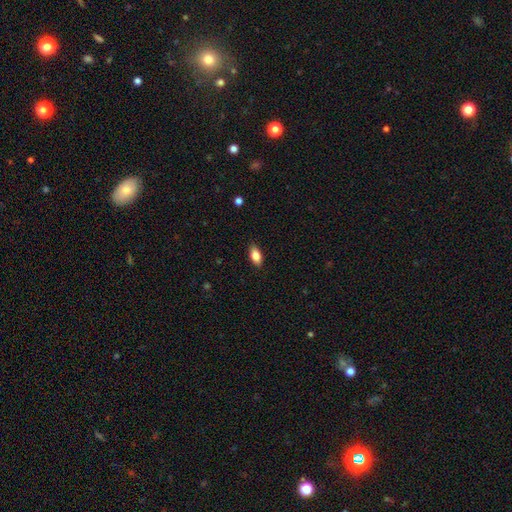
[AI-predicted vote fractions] Smooth or featured: smooth — 83% (featured or disk — 10%)
How rounded: in between — 88% (cigar-shaped — 8%)
Merging: none — 86% (minor disturbance — 11%)